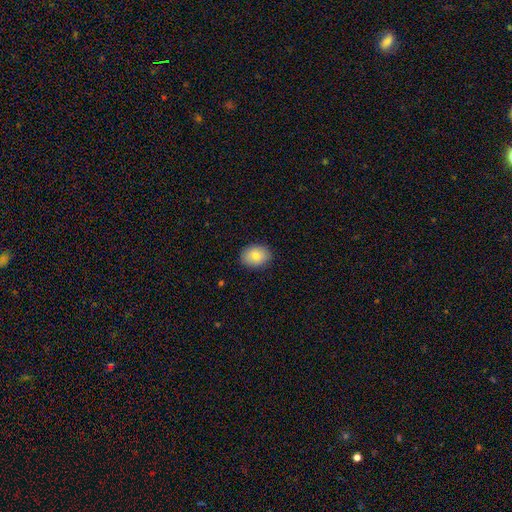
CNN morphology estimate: Q: Smooth or featured?
A: smooth (83%); runner-up: featured or disk (10%)
Q: How rounded?
A: in between (66%); runner-up: round (33%)
Q: Merging?
A: none (88%); runner-up: minor disturbance (9%)